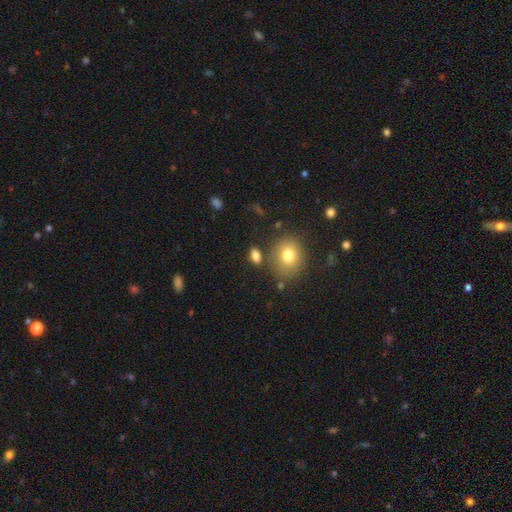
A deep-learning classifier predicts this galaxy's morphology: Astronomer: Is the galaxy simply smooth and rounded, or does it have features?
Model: smooth — 80%.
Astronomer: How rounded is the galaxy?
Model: in between — 76%.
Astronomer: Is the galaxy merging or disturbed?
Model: none — 75%.